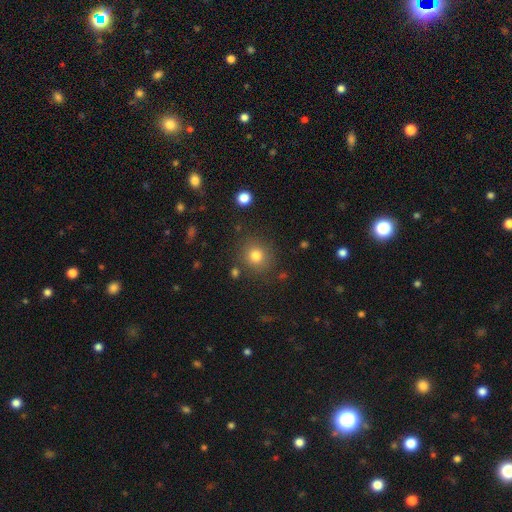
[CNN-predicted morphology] smooth 79%, star or artifact 13%, featured or disk 8%. Down the decision tree: how rounded — round (88%); merging — none (84%).